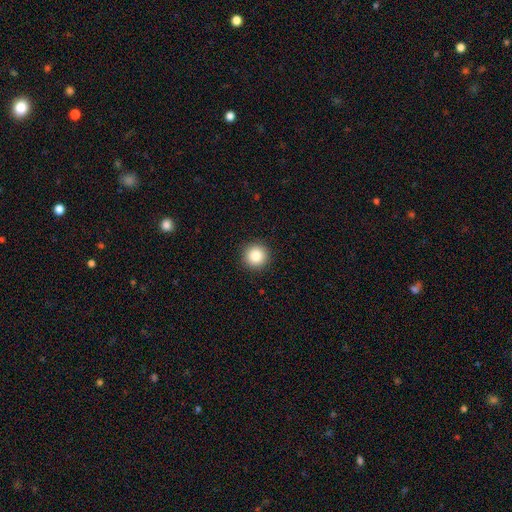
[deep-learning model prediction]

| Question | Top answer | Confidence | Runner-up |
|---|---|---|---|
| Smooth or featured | smooth | 86% | star or artifact (10%) |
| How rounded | round | 95% | in between (4%) |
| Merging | none | 93% | minor disturbance (5%) |